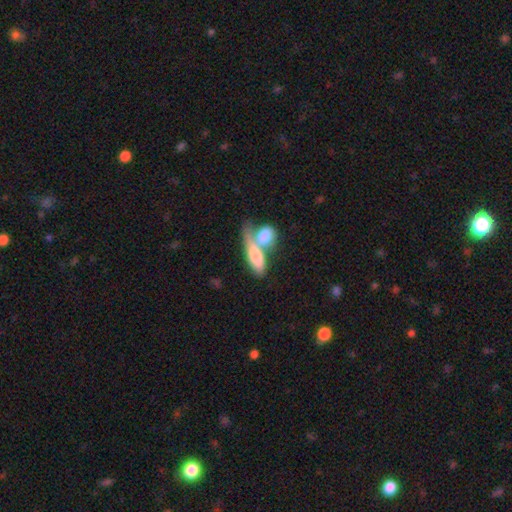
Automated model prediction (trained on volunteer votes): This appears to be a smooth galaxy with no disk features (70%) that is in between round and cigar-shaped (67%). Merging: merger (66%).